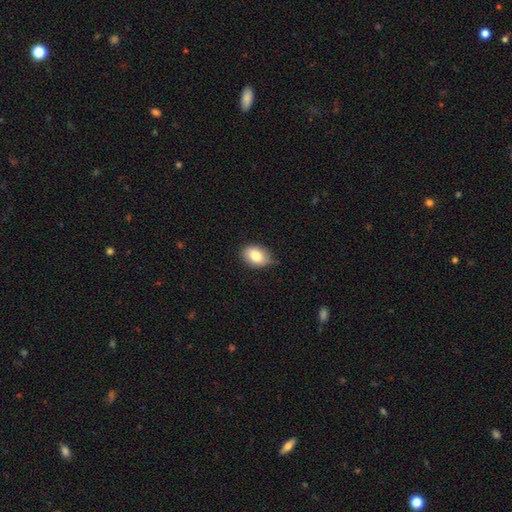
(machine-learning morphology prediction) smooth 83%, featured or disk 10%, star or artifact 8%. Down the decision tree: how rounded — in between (80%); merging — none (65%).